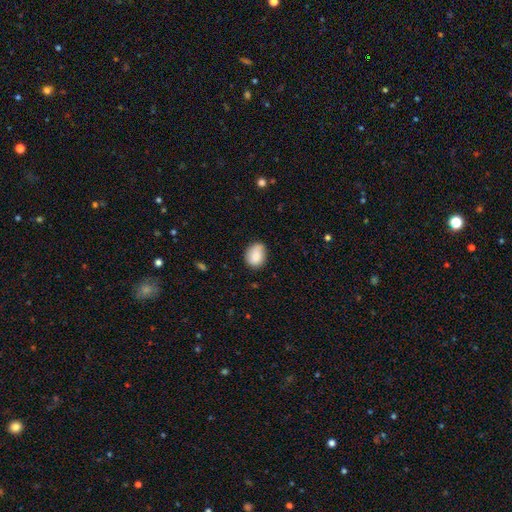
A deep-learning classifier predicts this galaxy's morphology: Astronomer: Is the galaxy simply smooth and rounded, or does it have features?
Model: smooth — 86%.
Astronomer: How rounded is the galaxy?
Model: in between — 60% (runner-up: round, 39%).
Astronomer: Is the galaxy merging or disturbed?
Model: none — 71%.